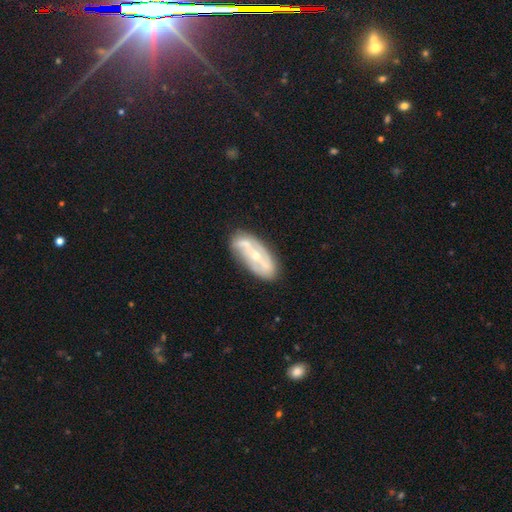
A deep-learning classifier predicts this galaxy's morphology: type=featured or disk (78%); edge-on=no (89%); bar=strong (37%); spiral arms=yes (76%); winding=medium (36%); arm count=2 (73%); bulge=small (57%); merging=none (74%).